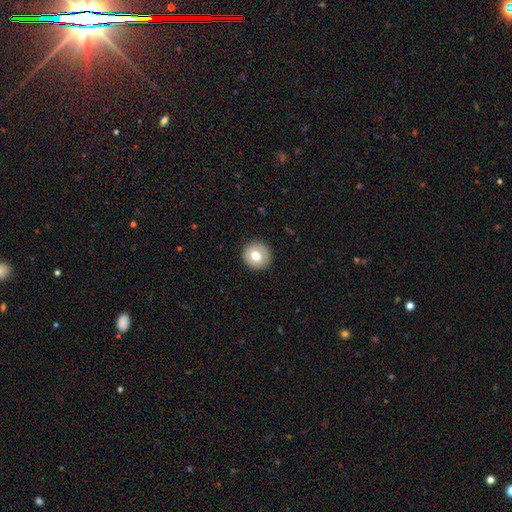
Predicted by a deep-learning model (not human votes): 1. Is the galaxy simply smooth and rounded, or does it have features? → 73% smooth, 20% featured or disk, 8% star or artifact.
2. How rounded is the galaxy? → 92% round, 7% in between, 1% cigar-shaped.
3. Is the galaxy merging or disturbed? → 91% none, 6% minor disturbance, 2% major disturbance, 1% merger.